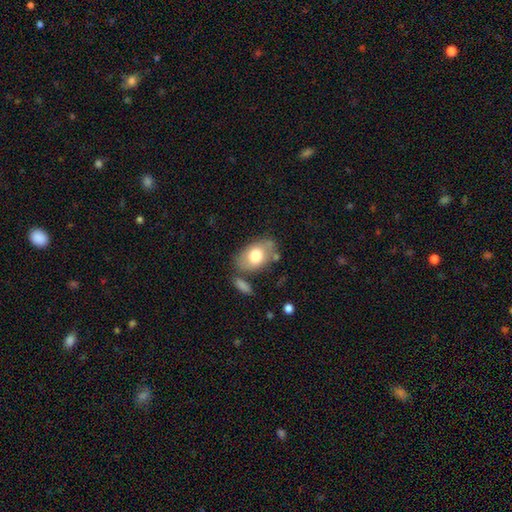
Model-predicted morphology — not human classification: The model was most divided on "merging": none: 64%, minor disturbance: 18%, merger: 12%, major disturbance: 6%. More confident: how rounded — in between (86%); smooth or featured — smooth (72%).